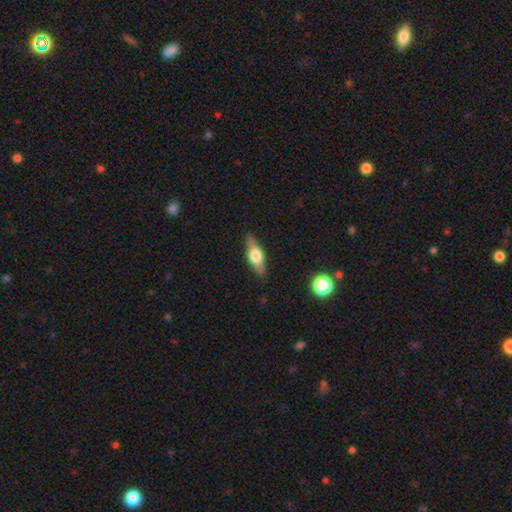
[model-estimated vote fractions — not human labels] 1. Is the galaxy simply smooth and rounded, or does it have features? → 48% smooth, 46% featured or disk, 7% star or artifact.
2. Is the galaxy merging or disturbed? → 86% none, 10% minor disturbance, 2% major disturbance, 1% merger.